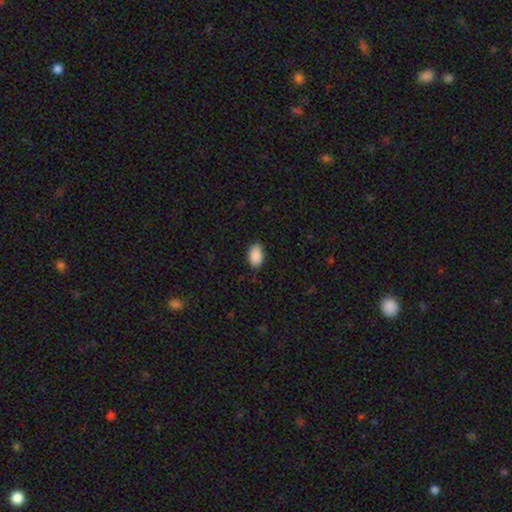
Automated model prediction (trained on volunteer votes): A smooth galaxy with no disk features (90%) that is in between round and cigar-shaped (92%). Merging: none (81%).